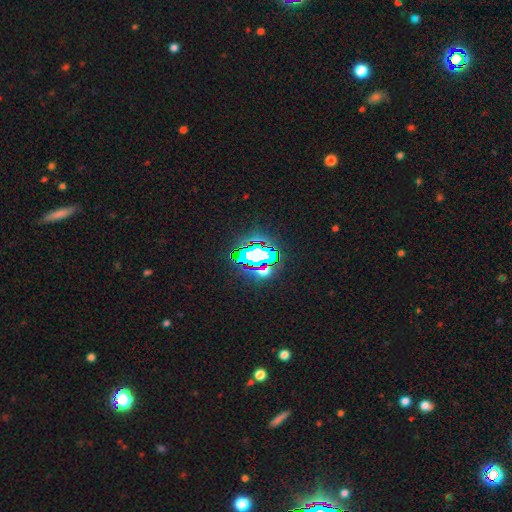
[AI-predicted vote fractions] smooth_or_featured: star or artifact (p=0.63) [alt: smooth p=0.20]